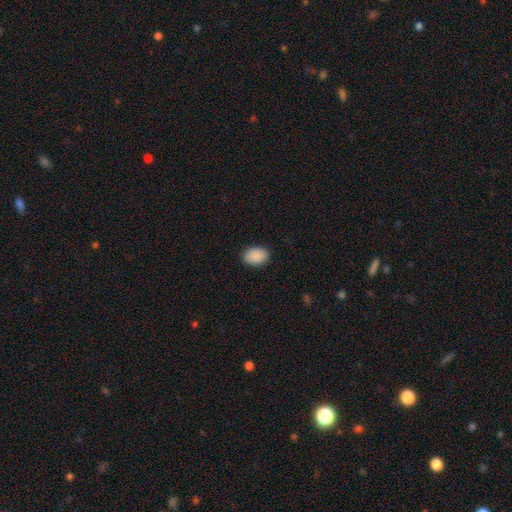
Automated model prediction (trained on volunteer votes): smooth 90%, star or artifact 7%, featured or disk 3%. Down the decision tree: how rounded — in between (77%); merging — none (88%).